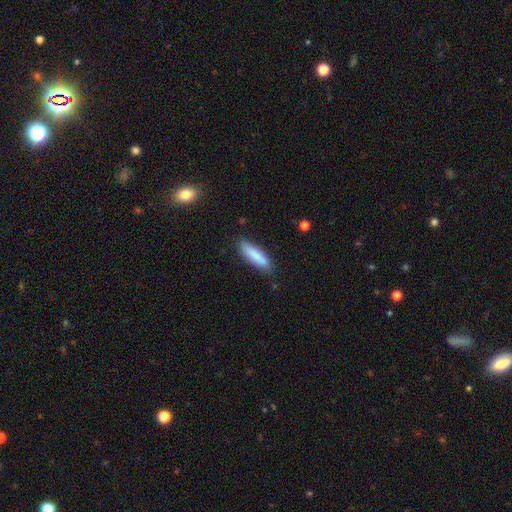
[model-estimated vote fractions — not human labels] Smooth or featured: smooth — 84% (featured or disk — 11%)
How rounded: cigar-shaped — 69% (in between — 30%)
Merging: none — 84% (minor disturbance — 12%)